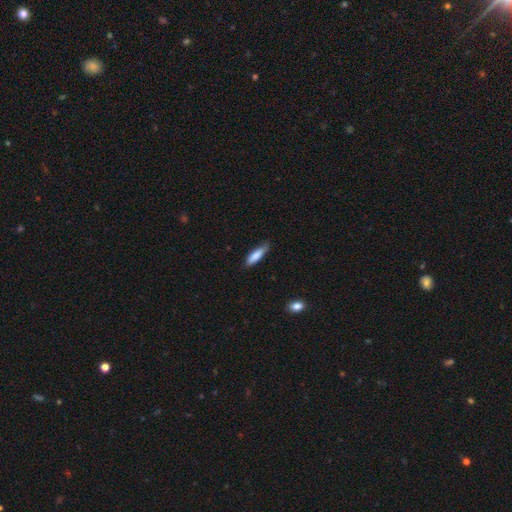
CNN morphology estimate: Smooth or featured?
  - smooth: 81% *
  - featured or disk: 13%
  - star or artifact: 6%
How rounded?
  - cigar-shaped: 60% *
  - in between: 38%
  - round: 2%
Merging?
  - none: 75% *
  - minor disturbance: 20%
  - major disturbance: 3%
  - merger: 1%